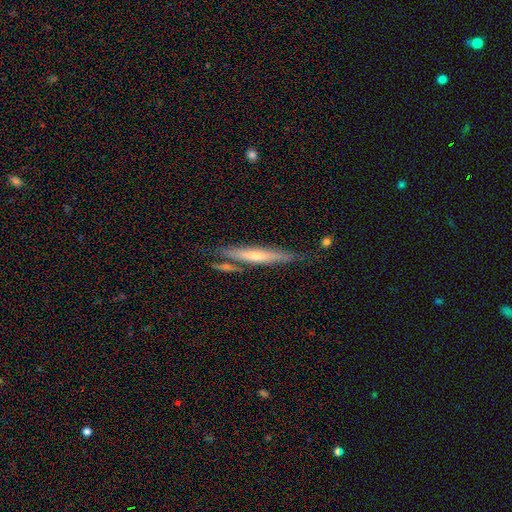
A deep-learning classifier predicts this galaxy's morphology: featured or disk 54%, smooth 40%, star or artifact 6%. Down the decision tree: edge-on disk — yes (91%); merging — none (70%).